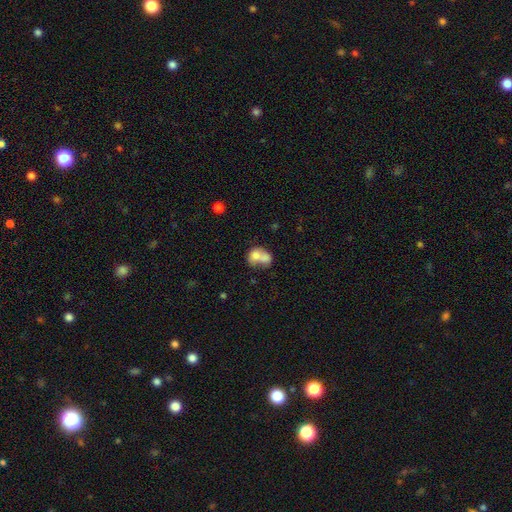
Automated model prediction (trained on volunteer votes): Smooth or featured?
  - smooth: 69% *
  - featured or disk: 22%
  - star or artifact: 9%
How rounded?
  - in between: 54% *
  - round: 44%
  - cigar-shaped: 1%
Merging?
  - merger: 68% *
  - none: 17%
  - minor disturbance: 8%
  - major disturbance: 7%